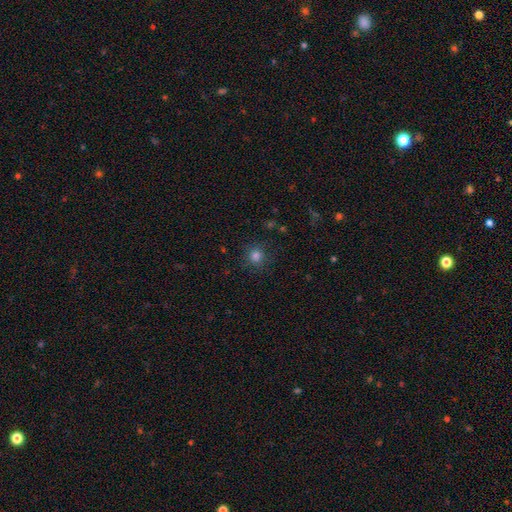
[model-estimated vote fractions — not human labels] This appears to be a smooth galaxy with no disk features (81%) that is round (90%). Merging: none (85%).